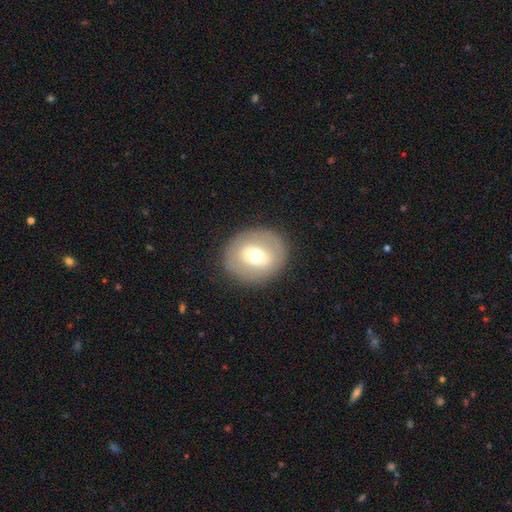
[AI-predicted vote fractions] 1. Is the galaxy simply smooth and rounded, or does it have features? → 52% smooth, 40% featured or disk, 8% star or artifact.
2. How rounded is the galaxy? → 76% round, 23% in between, 1% cigar-shaped.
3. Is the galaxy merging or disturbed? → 86% none, 9% minor disturbance, 4% major disturbance, 1% merger.